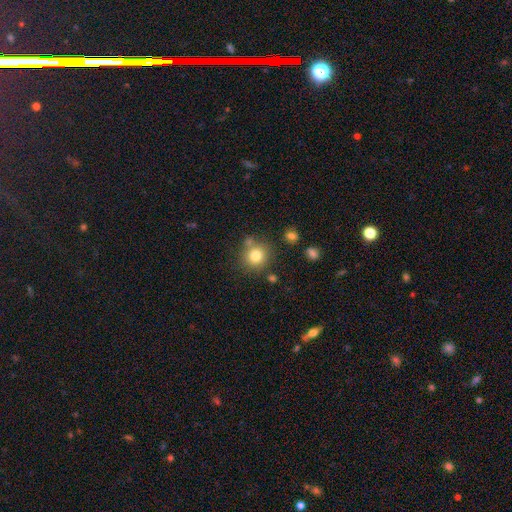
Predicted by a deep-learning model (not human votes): Morphology: type=smooth (80%); roundness=round (89%); merging=none (75%).